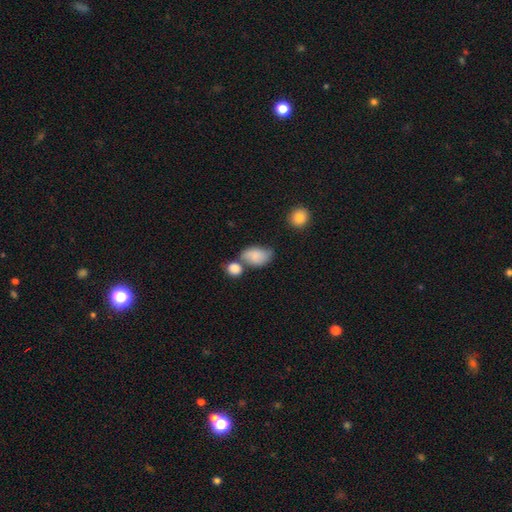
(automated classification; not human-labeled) This appears to be a smooth galaxy with no disk features (78%) that is in between round and cigar-shaped (85%). Merging: none (38%).